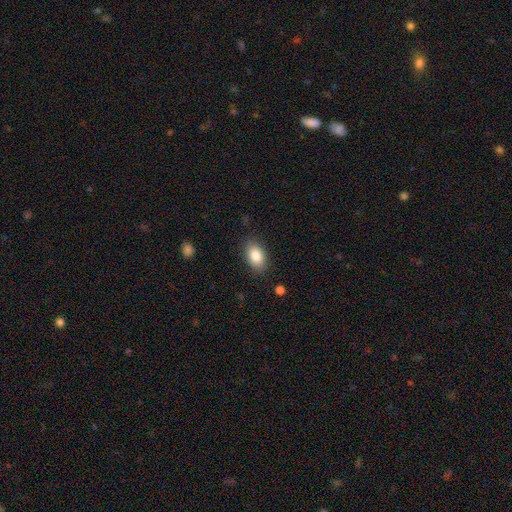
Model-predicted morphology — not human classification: This appears to be a smooth galaxy with no disk features (85%) that is in between round and cigar-shaped (90%). Merging: none (85%).